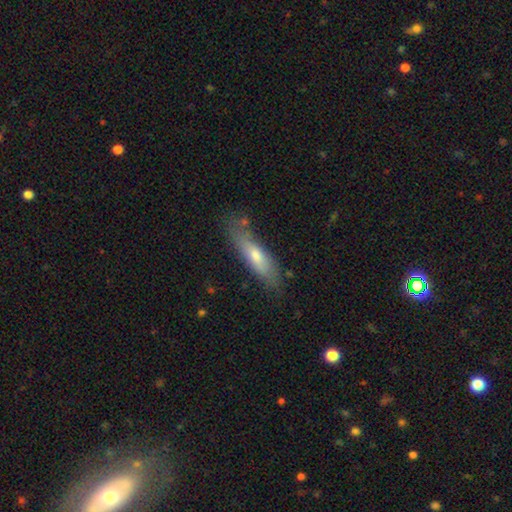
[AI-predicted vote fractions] Smooth or featured? Predicted: smooth (p=0.62). How rounded? Predicted: cigar-shaped (p=0.68). Merging? Predicted: none (p=0.71).